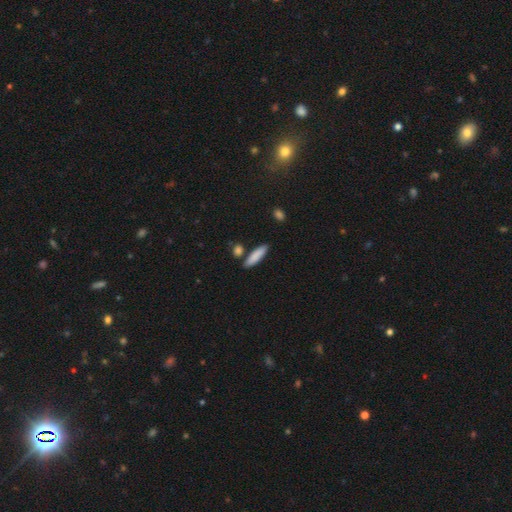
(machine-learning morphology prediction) Smooth or featured?
  - smooth: 85% *
  - featured or disk: 9%
  - star or artifact: 6%
How rounded?
  - cigar-shaped: 71% *
  - in between: 27%
  - round: 2%
Merging?
  - none: 80% *
  - minor disturbance: 10%
  - merger: 7%
  - major disturbance: 2%